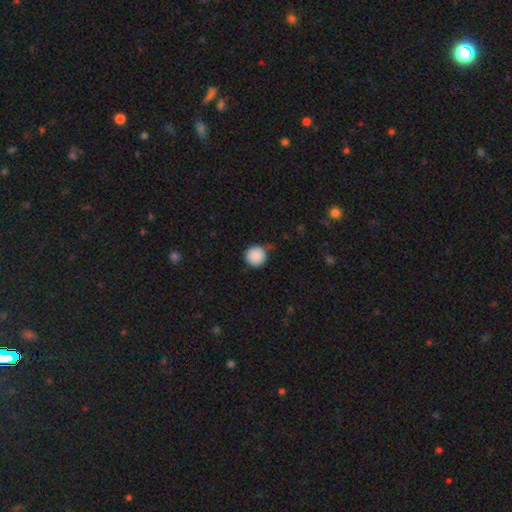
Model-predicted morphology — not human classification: smooth_or_featured: smooth (p=0.89) [alt: star or artifact p=0.08]
how_rounded: round (p=0.95) [alt: in between p=0.04]
merging: none (p=0.83) [alt: minor disturbance p=0.12]